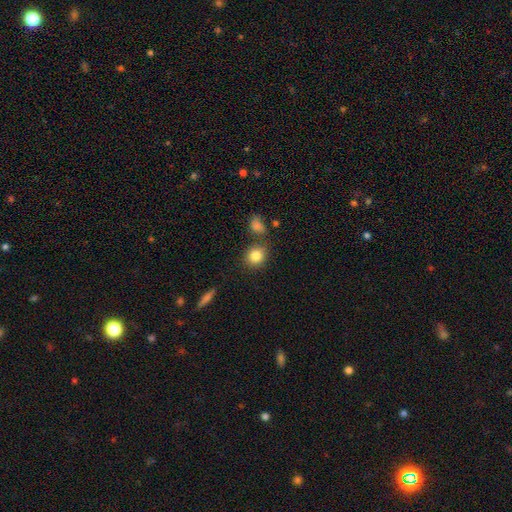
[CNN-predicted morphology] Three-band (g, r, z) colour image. It shows a smooth galaxy with no disk features (84%) that is round (77%). Merging: none (74%).